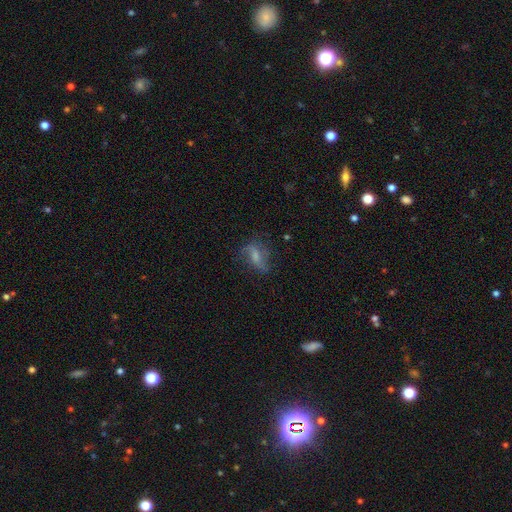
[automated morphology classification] A featured or disk galaxy (54%). Merging: none (56%).